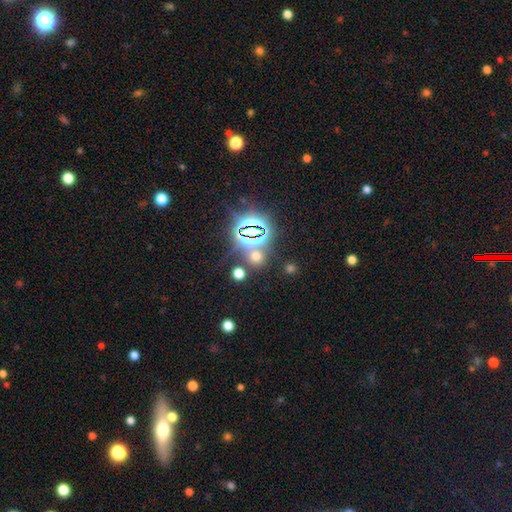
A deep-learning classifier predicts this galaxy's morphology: Smooth or featured? star or artifact (48%)